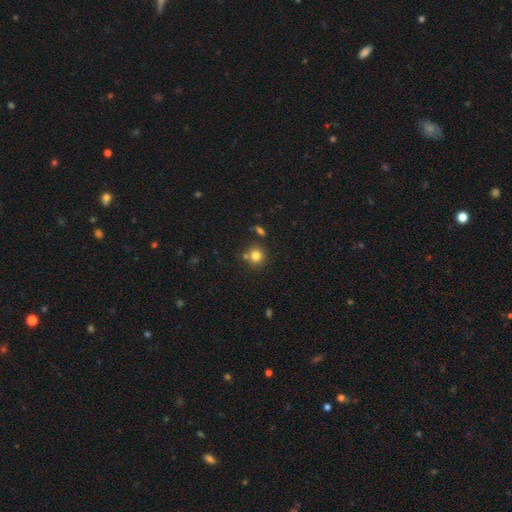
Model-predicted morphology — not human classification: This appears to be a smooth galaxy with no disk features (80%) that is round (91%). Merging: none (74%).